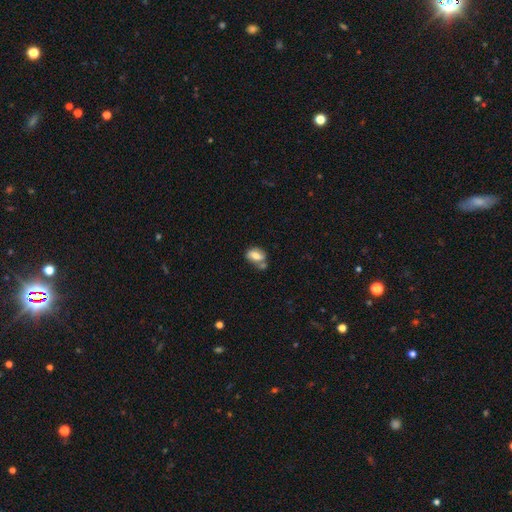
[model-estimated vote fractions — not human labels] Smooth or featured: smooth — 65% (featured or disk — 26%)
How rounded: in between — 80% (round — 18%)
Merging: none — 40% (merger — 30%)